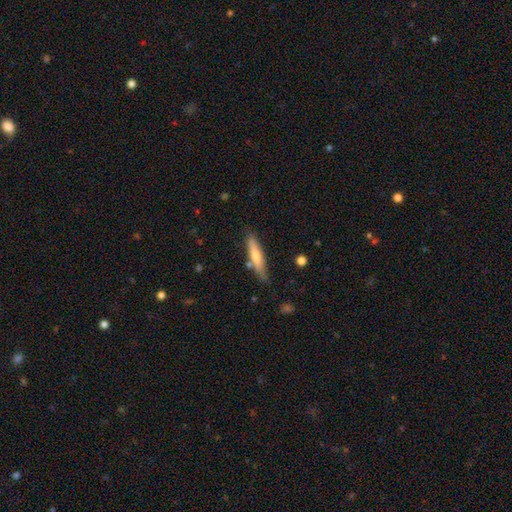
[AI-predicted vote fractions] Overall: smooth (55%; featured or disk 39%). How rounded: cigar-shaped (83%). Merging: none (76%).